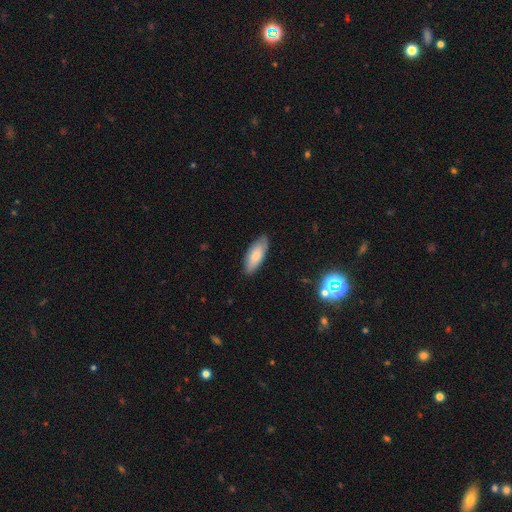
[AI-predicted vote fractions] This appears to be a smooth galaxy with no disk features (75%) that is in between round and cigar-shaped (78%). Merging: none (81%).